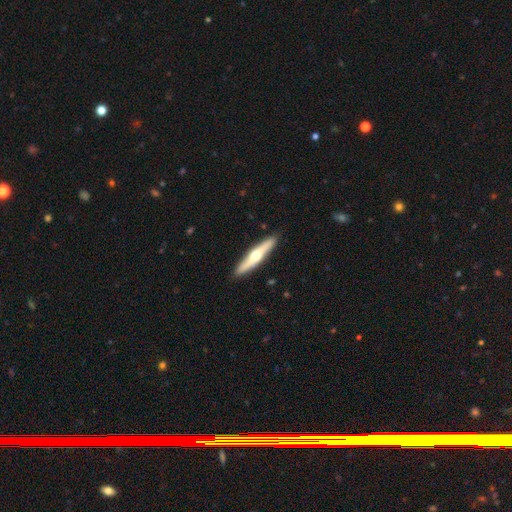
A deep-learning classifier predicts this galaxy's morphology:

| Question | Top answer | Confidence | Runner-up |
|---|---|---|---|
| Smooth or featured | featured or disk | 54% | smooth (41%) |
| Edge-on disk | yes | 93% | no (7%) |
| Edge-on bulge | rounded | 90% | none (7%) |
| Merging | none | 90% | minor disturbance (7%) |